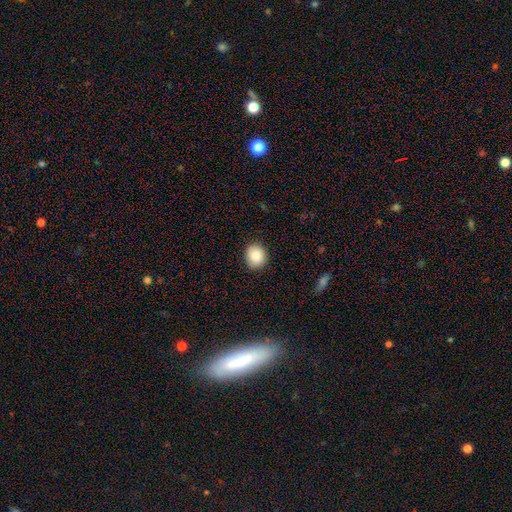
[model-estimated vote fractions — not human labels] Morphology: type=smooth (87%); roundness=round (78%); merging=none (87%).